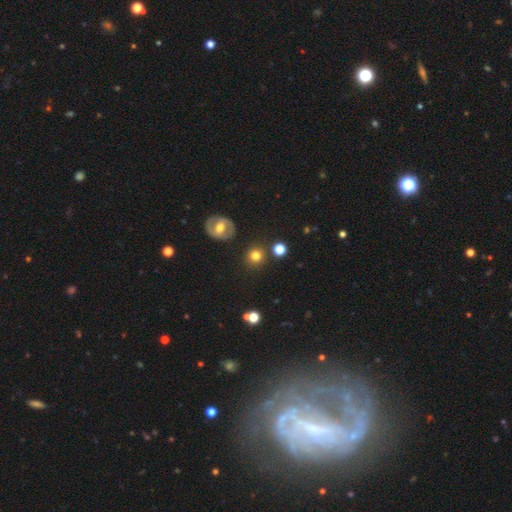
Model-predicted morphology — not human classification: Smooth or featured?
  - smooth: 77% *
  - star or artifact: 13%
  - featured or disk: 10%
How rounded?
  - round: 91% *
  - in between: 8%
  - cigar-shaped: 1%
Merging?
  - none: 86% *
  - minor disturbance: 8%
  - merger: 4%
  - major disturbance: 3%